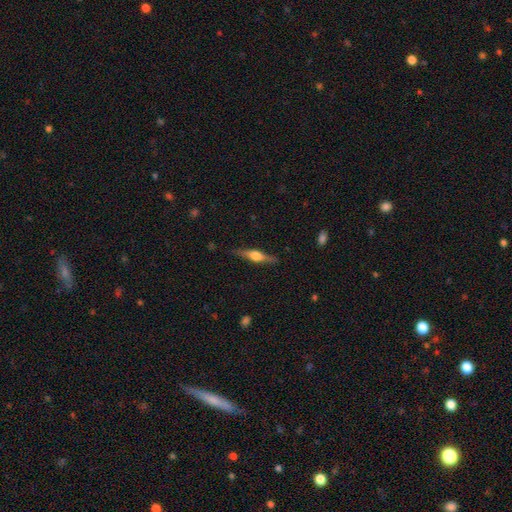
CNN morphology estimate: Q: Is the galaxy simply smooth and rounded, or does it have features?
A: featured or disk — 70%.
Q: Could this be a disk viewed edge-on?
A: yes — 97%.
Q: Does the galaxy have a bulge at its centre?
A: rounded — 90%.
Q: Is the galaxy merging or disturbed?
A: none — 87%.